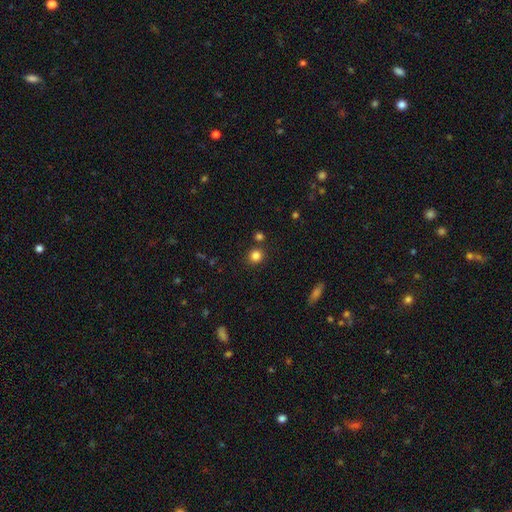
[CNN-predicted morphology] This is clearly a smooth galaxy (83%). How rounded: clearly round (89%). Merging: clearly none (83%).